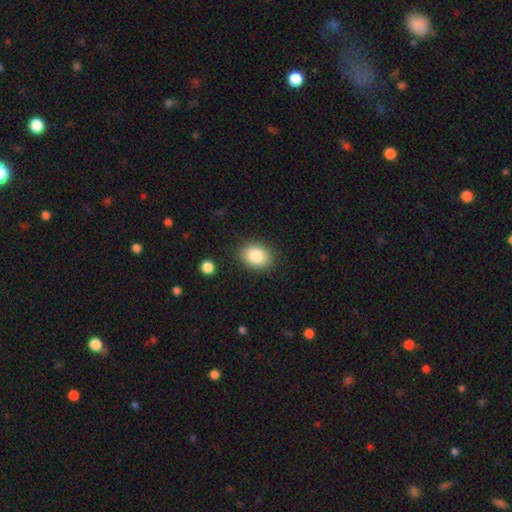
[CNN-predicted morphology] smooth_or_featured: smooth (p=0.83) [alt: star or artifact p=0.09]
how_rounded: in between (p=0.61) [alt: round p=0.38]
merging: none (p=0.86) [alt: minor disturbance p=0.09]